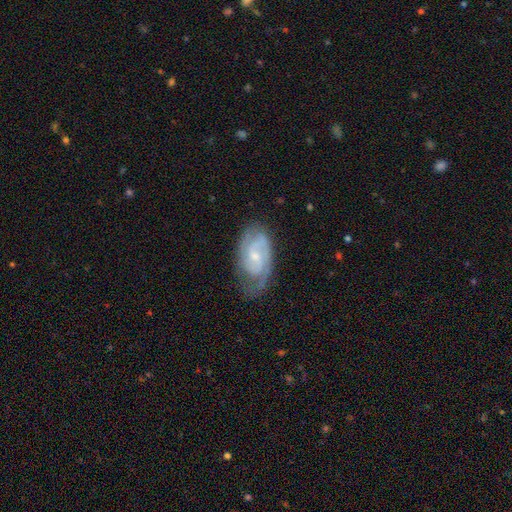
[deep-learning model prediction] Smooth or featured?
  - featured or disk: 82% *
  - smooth: 13%
  - star or artifact: 6%
Edge-on disk?
  - no: 96% *
  - yes: 4%
Bar?
  - no: 51% *
  - weak: 42%
  - strong: 7%
Spiral arms?
  - yes: 95% *
  - no: 5%
Spiral winding?
  - tight: 47% *
  - medium: 42%
  - loose: 11%
Spiral arm count?
  - 2: 63% *
  - can't tell: 17%
  - 3: 11%
  - 1: 5%
  - 4: 2%
  - more than 4: 2%
Bulge size?
  - small: 65% *
  - moderate: 29%
  - none: 4%
  - large: 1%
  - dominant: 1%
Merging?
  - none: 64% *
  - minor disturbance: 25%
  - major disturbance: 10%
  - merger: 1%